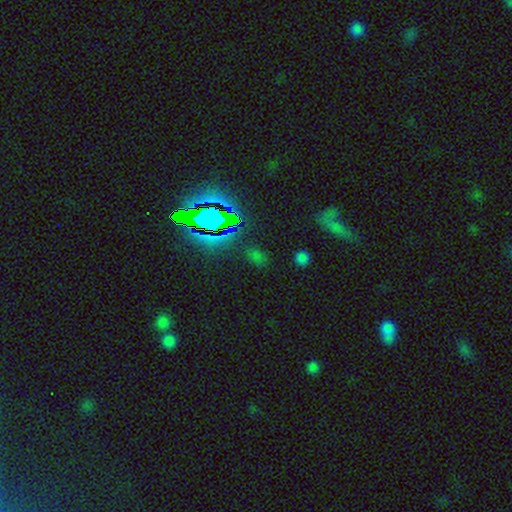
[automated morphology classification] Q: Smooth or featured?
A: star or artifact (57%); runner-up: smooth (34%)